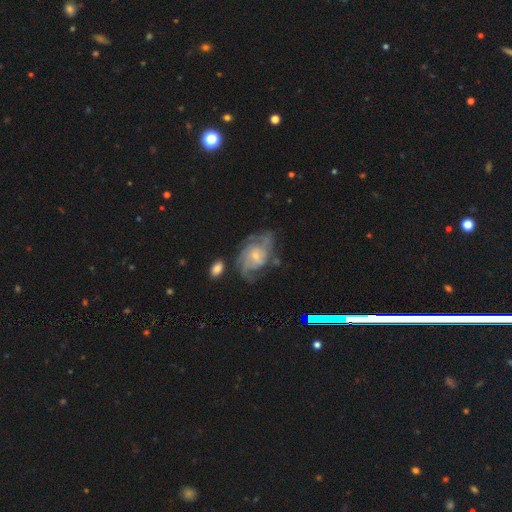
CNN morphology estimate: smooth-or-featured: featured or disk: 82% | smooth: 12% | star or artifact: 6%
  disk-edge-on: no: 97% | yes: 3%
    bar: no: 65% | weak: 30% | strong: 5%
    has-spiral-arms: yes: 93% | no: 7%
      spiral-winding: medium: 43% | tight: 40% | loose: 18%
      spiral-arm-count: can't tell: 32% | 2: 31% | 3: 19% | 4: 8% | 1: 5% | more than 4: 5%
    bulge-size: small: 70% | moderate: 24% | none: 3% | large: 2% | dominant: 1%
  merging: none: 55% | minor disturbance: 23% | major disturbance: 18% | merger: 5%